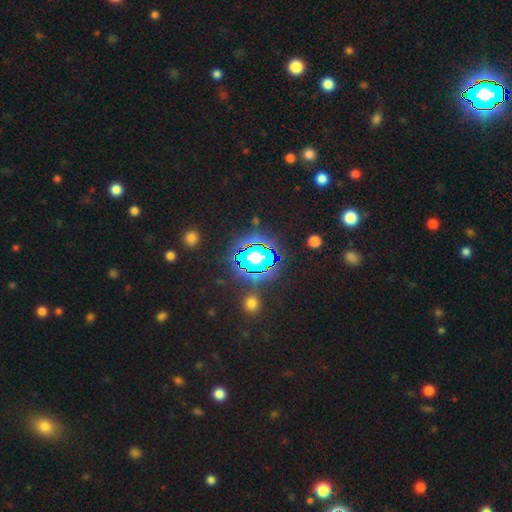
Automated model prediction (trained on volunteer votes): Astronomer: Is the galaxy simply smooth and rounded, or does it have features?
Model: star or artifact — 79%.